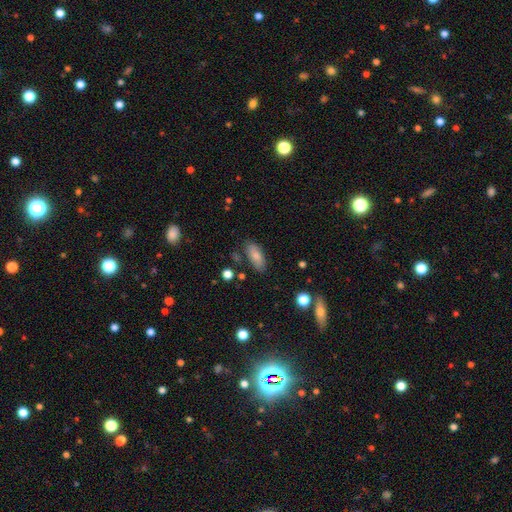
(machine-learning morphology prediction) Smooth or featured: smooth — 79% (featured or disk — 13%)
How rounded: in between — 83% (cigar-shaped — 14%)
Merging: none — 78% (minor disturbance — 16%)